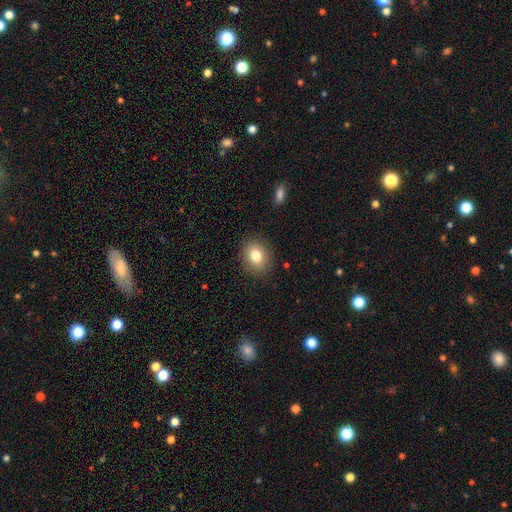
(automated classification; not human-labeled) smooth_or_featured: smooth (p=0.80) [alt: star or artifact p=0.10]
how_rounded: round (p=0.60) [alt: in between p=0.39]
merging: none (p=0.88) [alt: minor disturbance p=0.09]